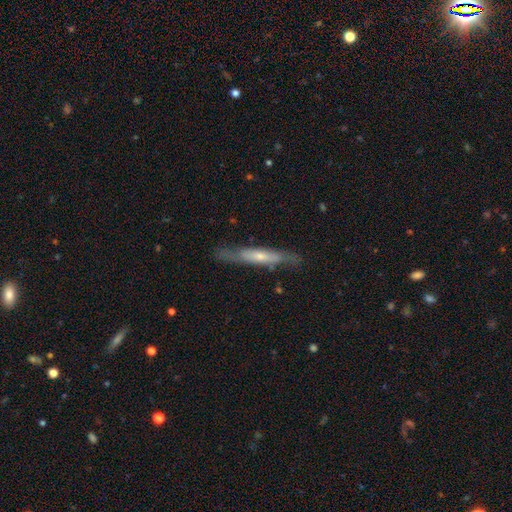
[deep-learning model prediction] Smooth or featured? Predicted: featured or disk (p=0.68). Edge-on disk? Predicted: yes (p=0.81). Edge-on bulge? Predicted: rounded (p=0.57). Merging? Predicted: none (p=0.81).